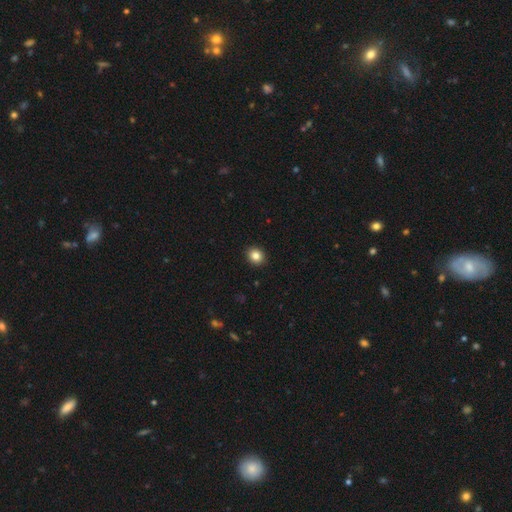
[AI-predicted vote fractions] Q: Smooth or featured?
A: smooth (84%); runner-up: star or artifact (10%)
Q: How rounded?
A: round (71%); runner-up: in between (28%)
Q: Merging?
A: none (92%); runner-up: minor disturbance (5%)